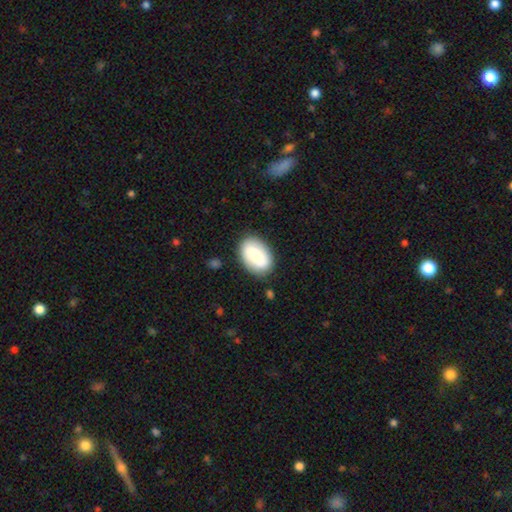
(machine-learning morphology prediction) A smooth galaxy with no disk features (68%) that is in between round and cigar-shaped (89%). Merging: none (83%).